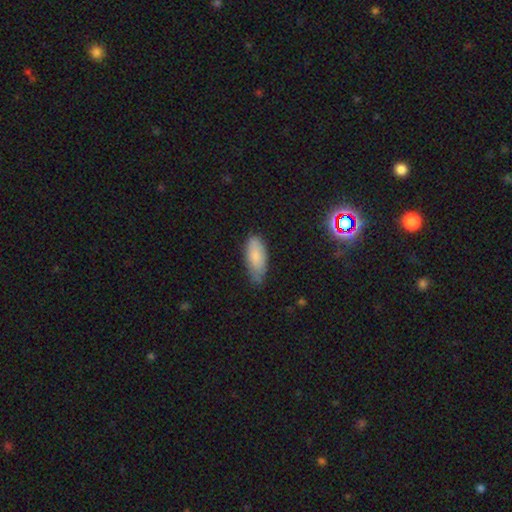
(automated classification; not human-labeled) smooth 81%, featured or disk 12%, star or artifact 7%. Down the decision tree: how rounded — in between (82%); merging — none (58%).